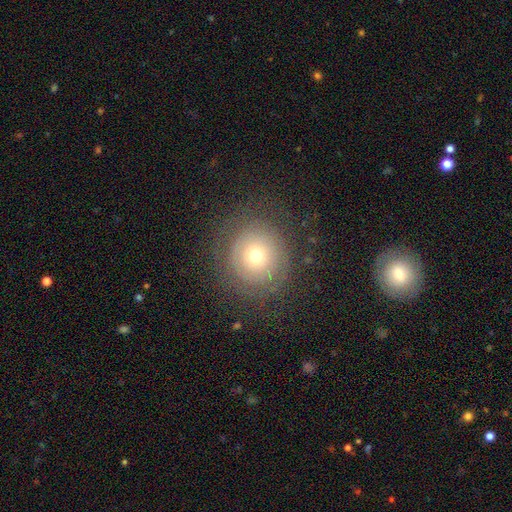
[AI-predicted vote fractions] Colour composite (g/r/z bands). It shows a smooth galaxy with no disk features (48%). Merging: none (78%).